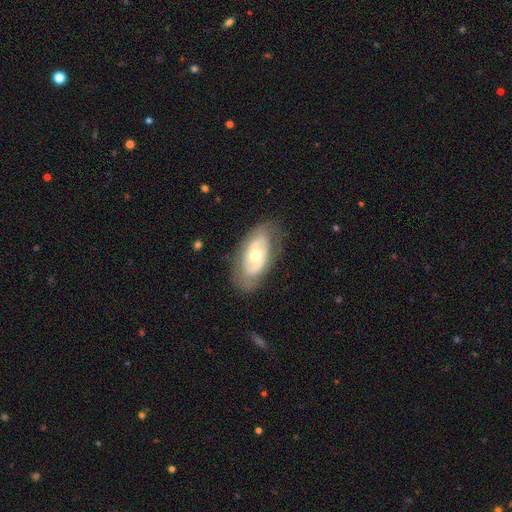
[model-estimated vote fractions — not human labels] smooth_or_featured: featured or disk (p=0.59) [alt: smooth p=0.35]
disk_edge_on: no (p=0.89) [alt: yes p=0.11]
bar: no (p=0.82) [alt: weak p=0.13]
has_spiral_arms: no (p=0.69) [alt: yes p=0.31]
bulge_size: moderate (p=0.67) [alt: small p=0.25]
merging: none (p=0.77) [alt: minor disturbance p=0.15]